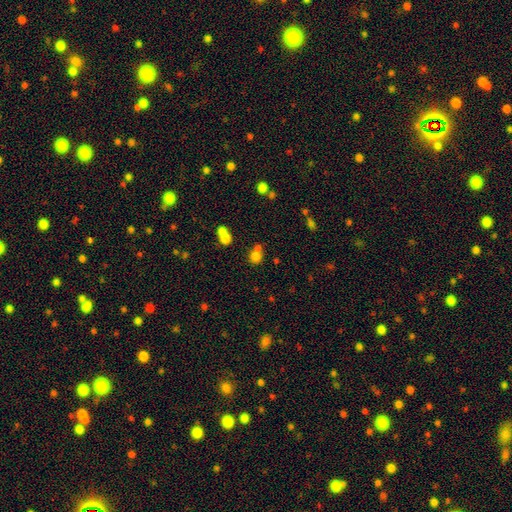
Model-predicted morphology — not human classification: Q: Smooth or featured?
A: smooth (74%); runner-up: star or artifact (17%)
Q: How rounded?
A: round (83%); runner-up: in between (16%)
Q: Merging?
A: none (52%); runner-up: merger (36%)